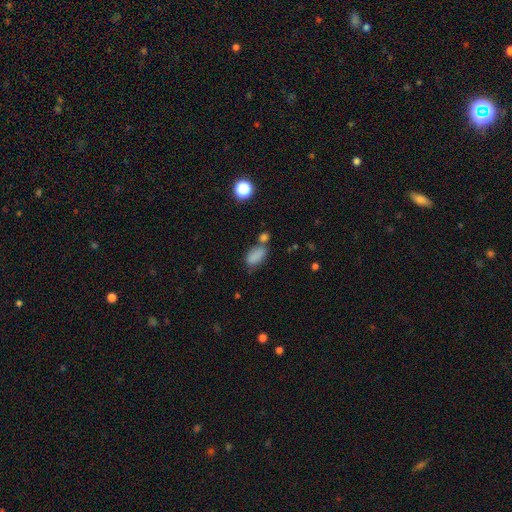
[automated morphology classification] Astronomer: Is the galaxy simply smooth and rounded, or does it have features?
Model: smooth — 82%.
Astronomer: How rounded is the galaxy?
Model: in between — 89%.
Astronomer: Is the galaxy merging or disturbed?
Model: none — 50%.